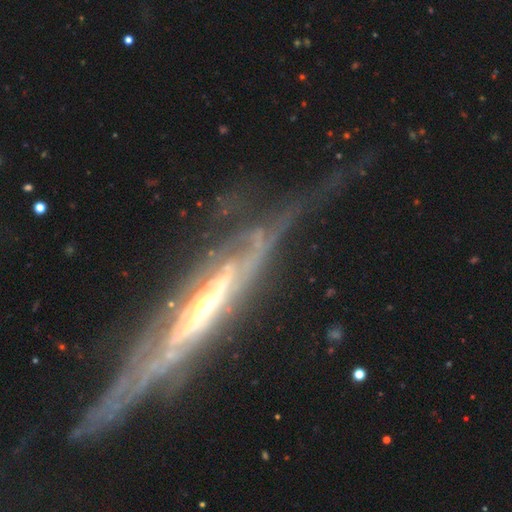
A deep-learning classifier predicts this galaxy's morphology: A featured or disk galaxy (85%).

Vote fractions:
- Smooth or featured? featured or disk: 85% / smooth: 9% / star or artifact: 6%
- Edge-on disk? no: 58% / yes: 42%
- Merging? none: 52% / major disturbance: 25% / minor disturbance: 20% / merger: 3%